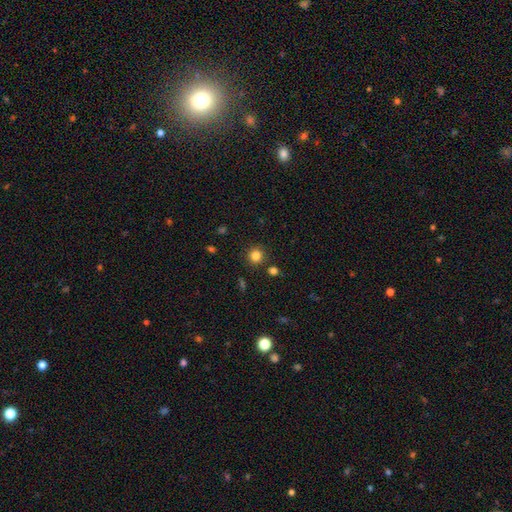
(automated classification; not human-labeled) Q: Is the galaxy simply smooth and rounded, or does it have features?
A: smooth — 83%.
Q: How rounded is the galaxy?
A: round — 91%.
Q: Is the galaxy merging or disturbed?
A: none — 87%.